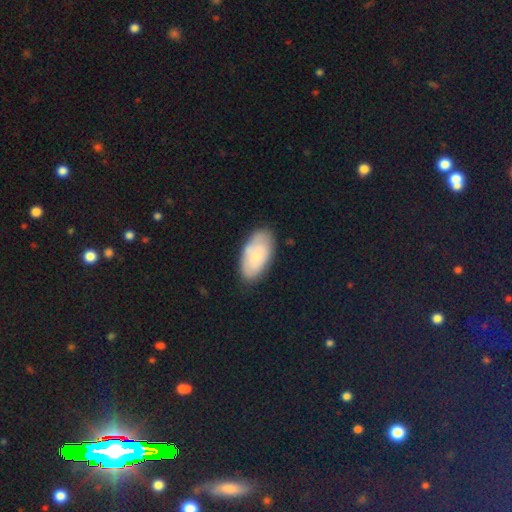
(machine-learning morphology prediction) type=smooth (63%); roundness=in between (94%); merging=none (77%).